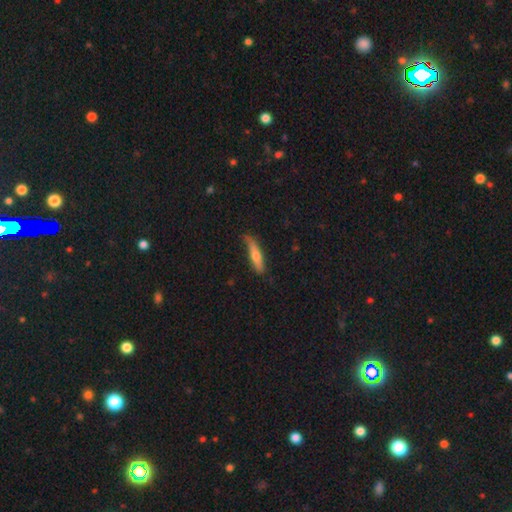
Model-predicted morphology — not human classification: Overall: smooth (58%; featured or disk 36%). How rounded: cigar-shaped (81%). Merging: none (65%; minor disturbance 27%).